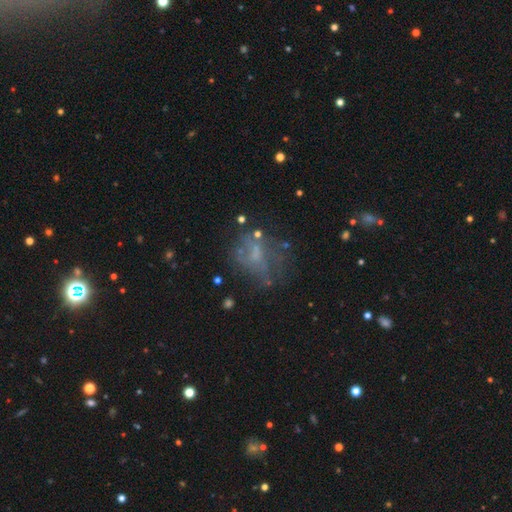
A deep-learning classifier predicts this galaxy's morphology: Smooth or featured? featured or disk (48%)
Merging? none (48%)